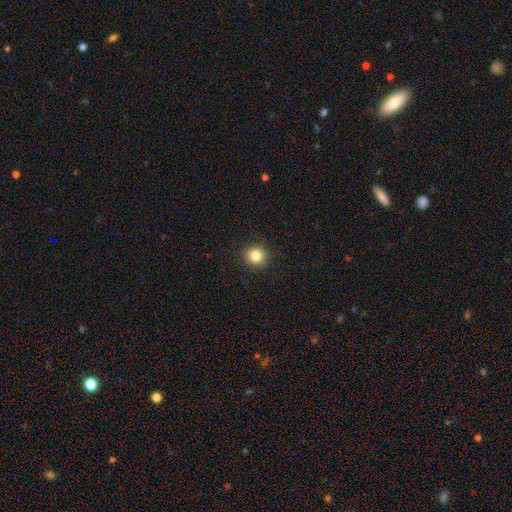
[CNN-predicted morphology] This is clearly a smooth galaxy (83%). How rounded: clearly round (92%). Merging: clearly none (92%).